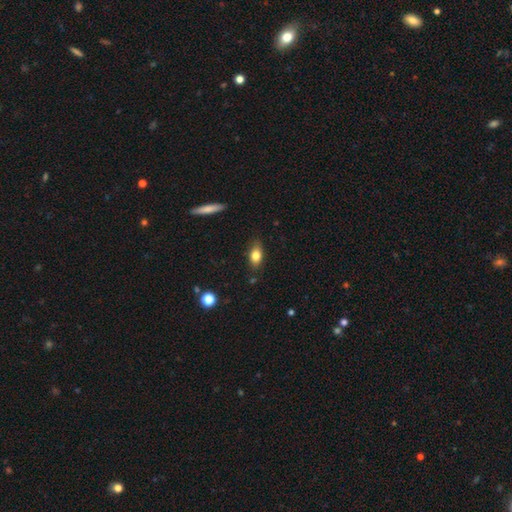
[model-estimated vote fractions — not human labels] Q: Smooth or featured?
A: smooth (79%); runner-up: featured or disk (13%)
Q: How rounded?
A: in between (82%); runner-up: cigar-shaped (9%)
Q: Merging?
A: none (82%); runner-up: minor disturbance (14%)